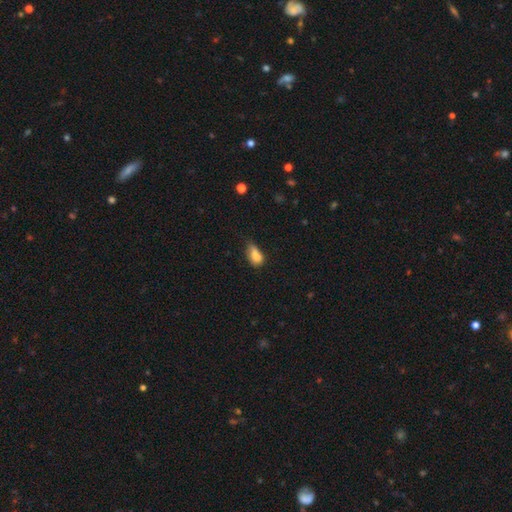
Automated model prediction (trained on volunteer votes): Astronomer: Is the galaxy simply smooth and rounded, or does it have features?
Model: smooth — 81%.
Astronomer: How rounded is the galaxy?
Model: in between — 85%.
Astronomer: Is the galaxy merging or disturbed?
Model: minor disturbance — 41% (runner-up: none, 35%).